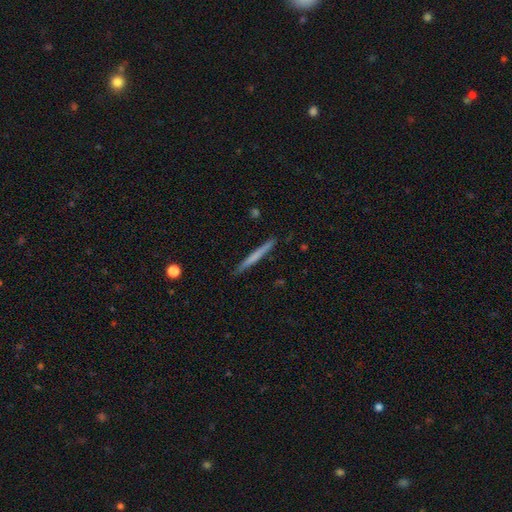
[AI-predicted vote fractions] A smooth galaxy with no disk features (58%) that is cigar-shaped (97%). Merging: none (91%).